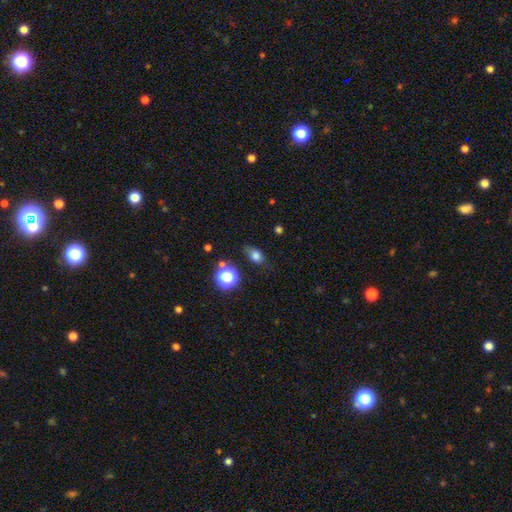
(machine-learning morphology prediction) Smooth or featured: smooth — 78% (star or artifact — 13%)
How rounded: in between — 72% (round — 24%)
Merging: none — 72% (minor disturbance — 20%)